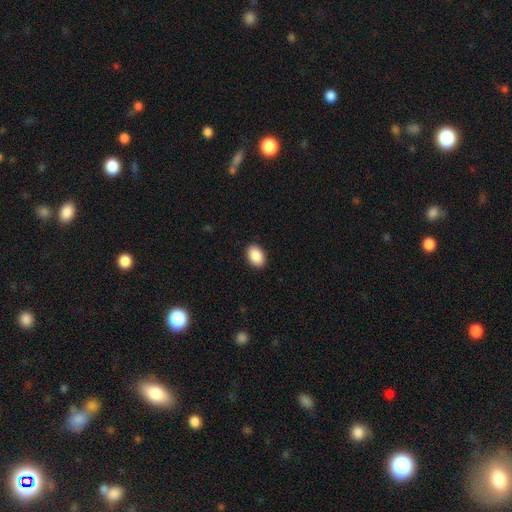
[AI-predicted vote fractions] This is clearly a smooth galaxy (90%). How rounded: clearly in between (86%). Merging: clearly none (91%).